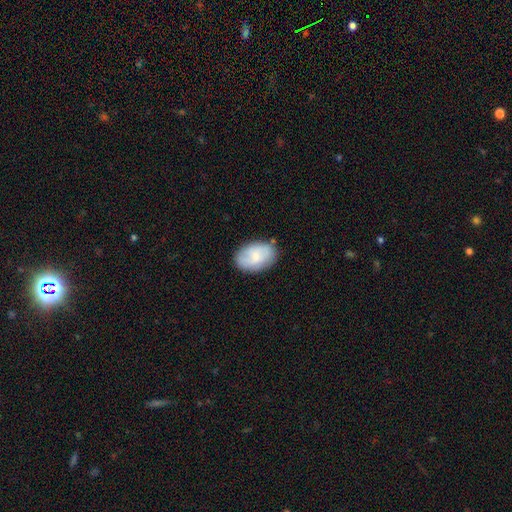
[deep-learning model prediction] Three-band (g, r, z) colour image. It shows a smooth galaxy with no disk features (71%) that is in between round and cigar-shaped (85%). Merging: none (78%).